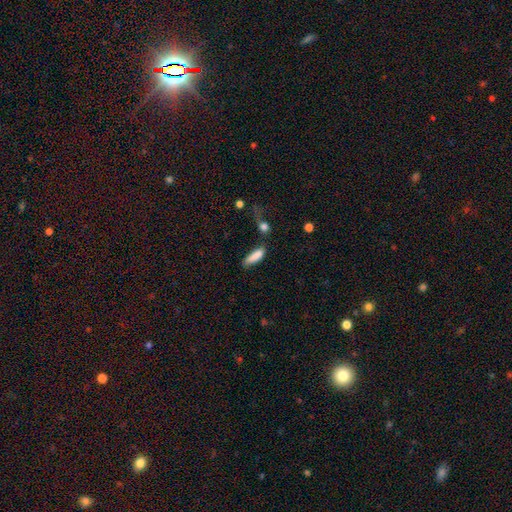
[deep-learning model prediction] Smooth or featured? smooth (84%)
How rounded? cigar-shaped (52%)
Merging? none (52%)